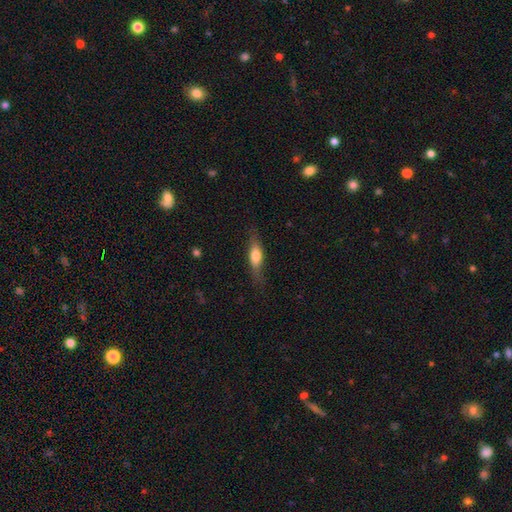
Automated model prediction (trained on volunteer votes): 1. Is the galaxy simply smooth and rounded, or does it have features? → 61% smooth, 33% featured or disk, 6% star or artifact.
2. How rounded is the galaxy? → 55% cigar-shaped, 42% in between, 3% round.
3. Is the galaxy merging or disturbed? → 74% none, 19% minor disturbance, 6% major disturbance, 1% merger.